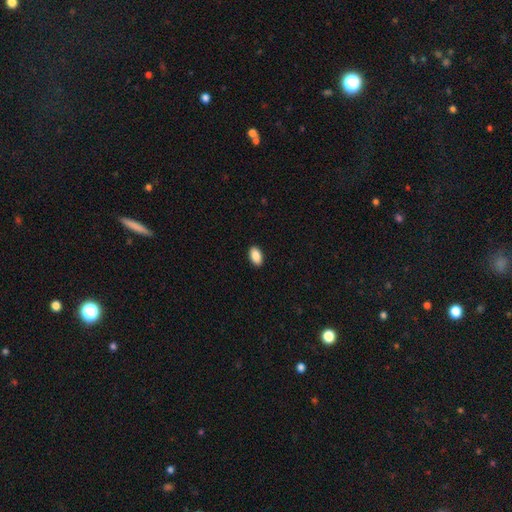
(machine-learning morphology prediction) The model was most divided on "smooth or featured": smooth: 89%, star or artifact: 7%, featured or disk: 4%. More confident: how rounded — in between (94%); merging — none (91%).